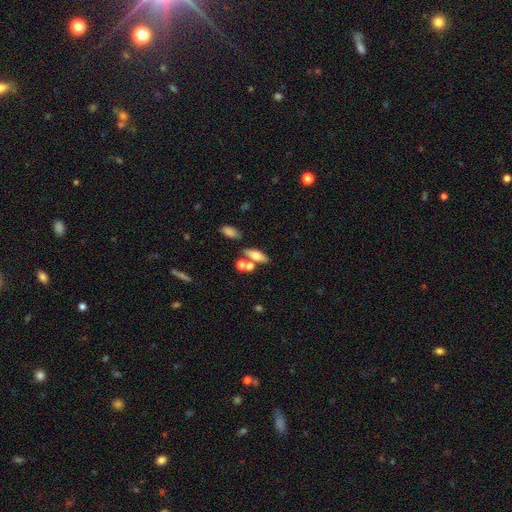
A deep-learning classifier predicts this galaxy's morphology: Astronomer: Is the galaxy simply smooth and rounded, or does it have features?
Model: smooth — 66%.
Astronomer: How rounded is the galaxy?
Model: in between — 66%.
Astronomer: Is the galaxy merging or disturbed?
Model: none — 55%.